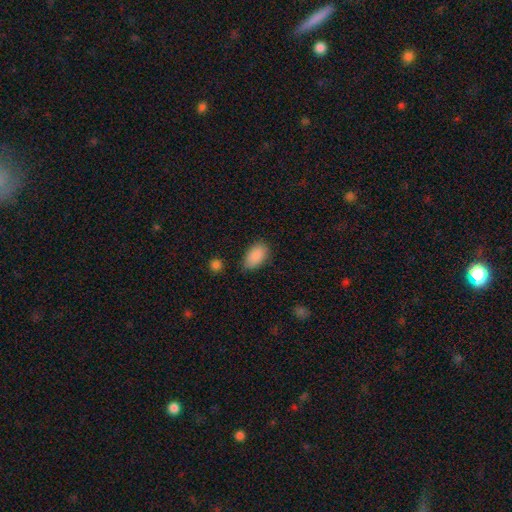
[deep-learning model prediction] Overall: smooth (89%). How rounded: in between (93%). Merging: none (80%).